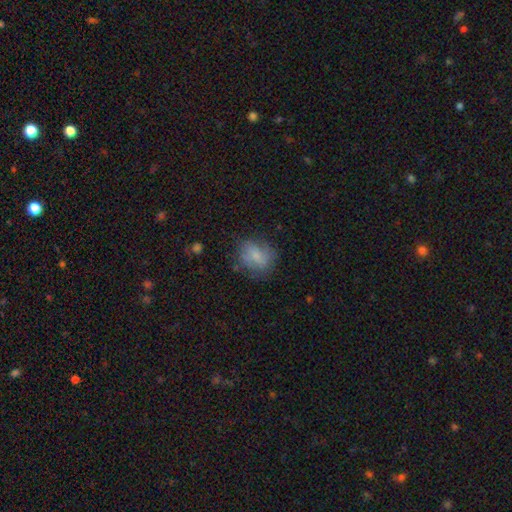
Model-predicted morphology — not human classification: smooth 63%, featured or disk 27%, star or artifact 9%. Down the decision tree: how rounded — round (61%); merging — none (63%).